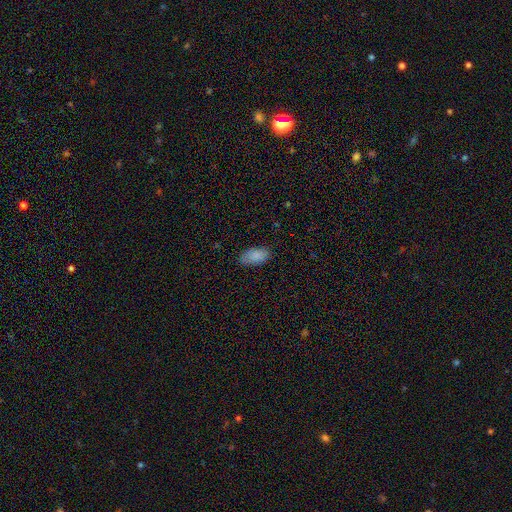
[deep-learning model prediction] Smooth or featured? smooth (87%)
How rounded? in between (93%)
Merging? none (80%)